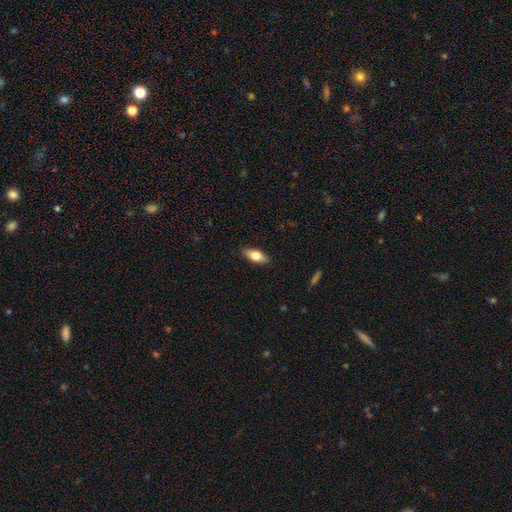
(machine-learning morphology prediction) A smooth galaxy with no disk features (74%) that is in between round and cigar-shaped (81%).

Vote fractions:
- Smooth or featured? smooth: 74% / featured or disk: 20% / star or artifact: 7%
- How rounded? in between: 81% / cigar-shaped: 15% / round: 3%
- Merging? none: 87% / minor disturbance: 10% / major disturbance: 2% / merger: 1%